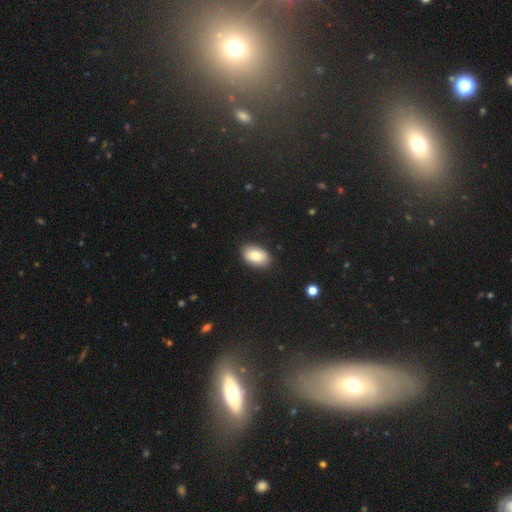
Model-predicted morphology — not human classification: Smooth or featured? Predicted: smooth (p=0.82). How rounded? Predicted: in between (p=0.90). Merging? Predicted: none (p=0.87).